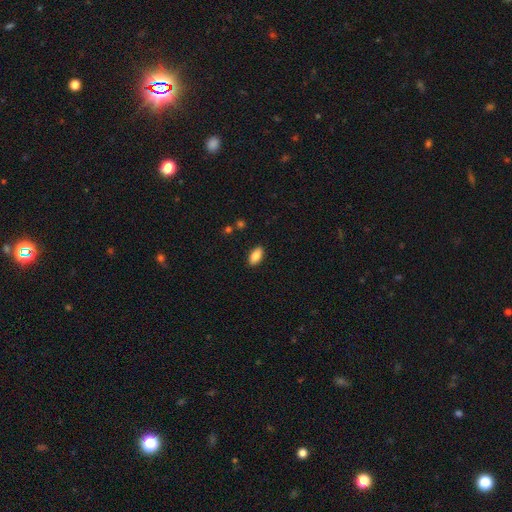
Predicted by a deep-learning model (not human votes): Smooth or featured? smooth (85%)
How rounded? in between (92%)
Merging? none (89%)